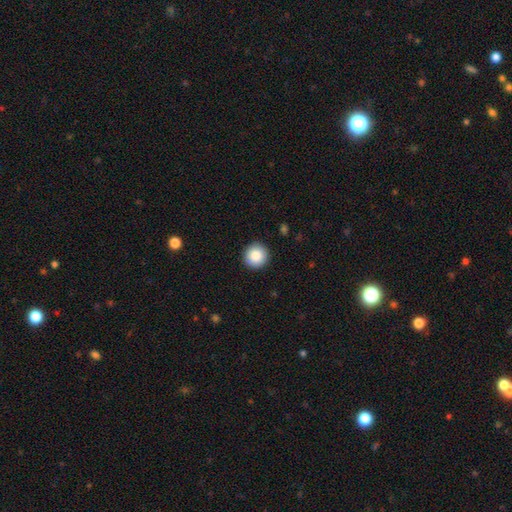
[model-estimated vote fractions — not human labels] Morphology: type=smooth (87%); roundness=round (95%); merging=none (92%).